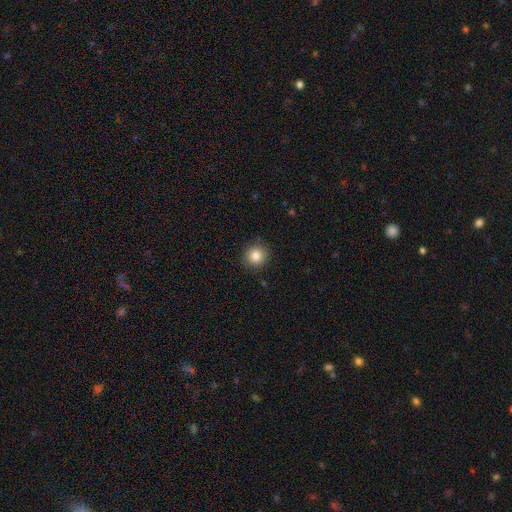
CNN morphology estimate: Smooth or featured?
  - smooth: 84% *
  - star or artifact: 10%
  - featured or disk: 5%
How rounded?
  - round: 90% *
  - in between: 9%
  - cigar-shaped: 1%
Merging?
  - none: 90% *
  - minor disturbance: 7%
  - major disturbance: 2%
  - merger: 1%